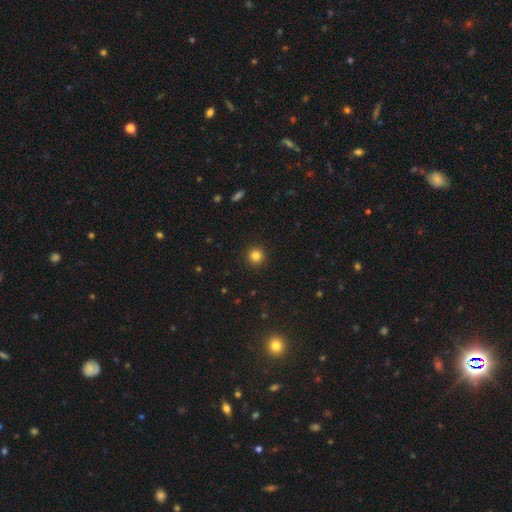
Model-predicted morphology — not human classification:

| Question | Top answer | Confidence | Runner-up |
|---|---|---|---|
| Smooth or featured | smooth | 83% | star or artifact (13%) |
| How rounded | round | 95% | in between (4%) |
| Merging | none | 93% | minor disturbance (4%) |